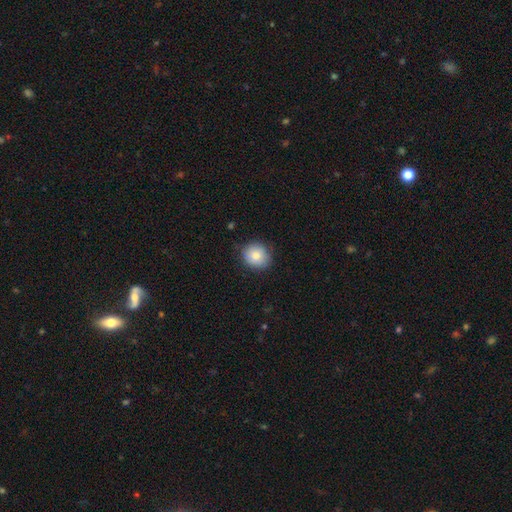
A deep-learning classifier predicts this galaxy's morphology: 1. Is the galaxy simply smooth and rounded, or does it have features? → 80% smooth, 11% featured or disk, 8% star or artifact.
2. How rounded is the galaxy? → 84% round, 15% in between, 1% cigar-shaped.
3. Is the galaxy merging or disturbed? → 81% none, 15% minor disturbance, 3% major disturbance, 1% merger.